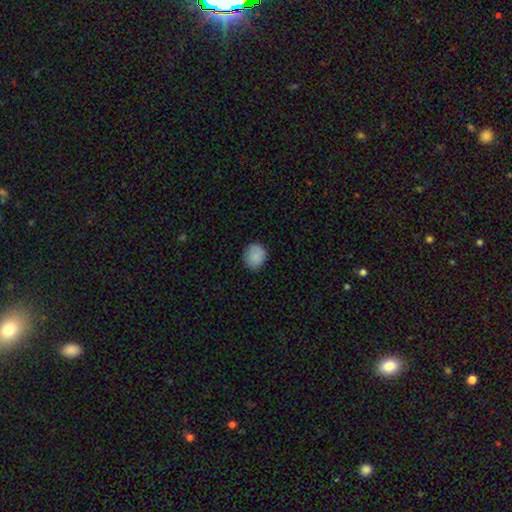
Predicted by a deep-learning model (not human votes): smooth-or-featured: smooth: 88% | star or artifact: 8% | featured or disk: 5%
  how-rounded: round: 81% | in between: 18% | cigar-shaped: 1%
  merging: none: 86% | minor disturbance: 11% | major disturbance: 2% | merger: 1%